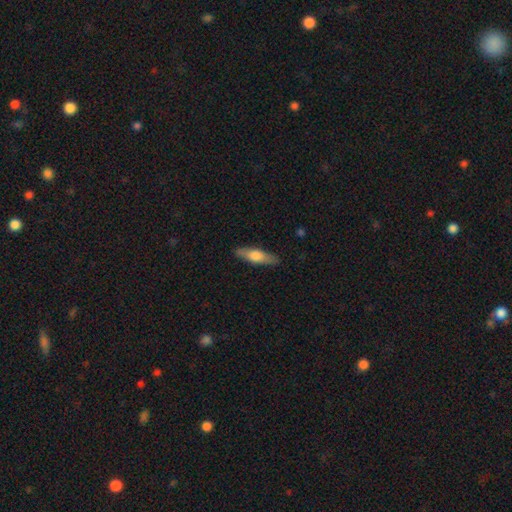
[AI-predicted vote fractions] smooth 55%, featured or disk 39%, star or artifact 6%. Down the decision tree: how rounded — cigar-shaped (60%); merging — none (87%).